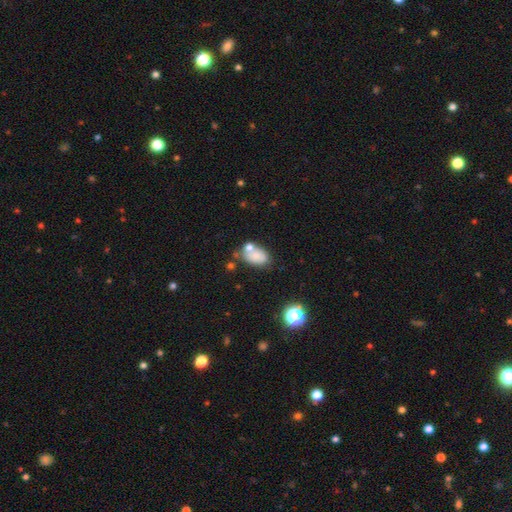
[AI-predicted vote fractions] Smooth or featured? smooth (75%)
How rounded? in between (86%)
Merging? none (48%)